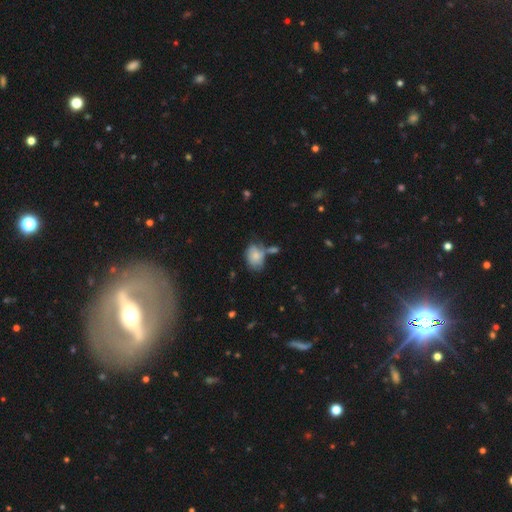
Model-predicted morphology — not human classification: Smooth or featured?
  - smooth: 71% *
  - featured or disk: 20%
  - star or artifact: 9%
How rounded?
  - in between: 72% *
  - round: 27%
  - cigar-shaped: 1%
Merging?
  - none: 42% *
  - minor disturbance: 27%
  - merger: 19%
  - major disturbance: 12%